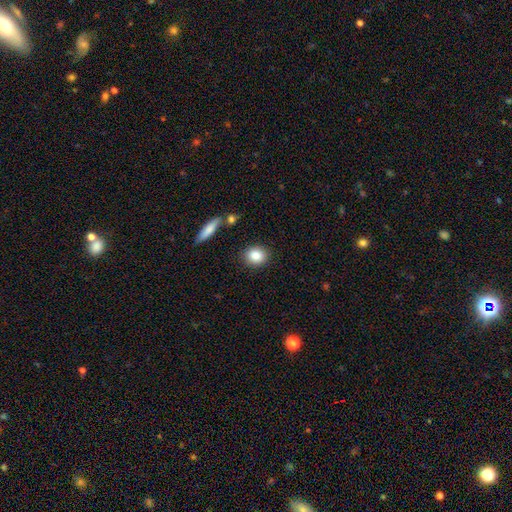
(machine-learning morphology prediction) This appears to be a smooth galaxy with no disk features (86%) that is round (70%). Merging: none (87%).